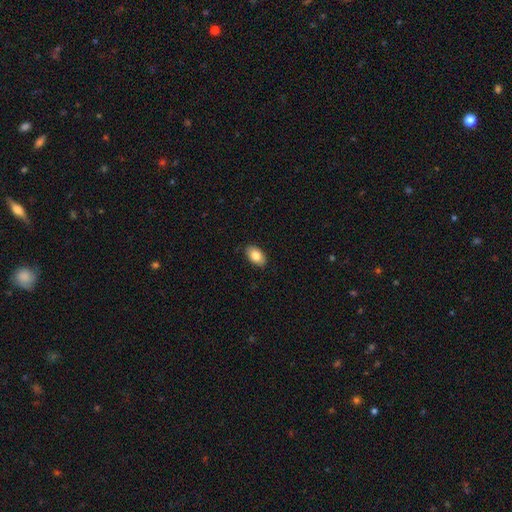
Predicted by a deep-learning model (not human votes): A smooth galaxy with no disk features (84%) that is in between round and cigar-shaped (91%). Merging: none (87%).